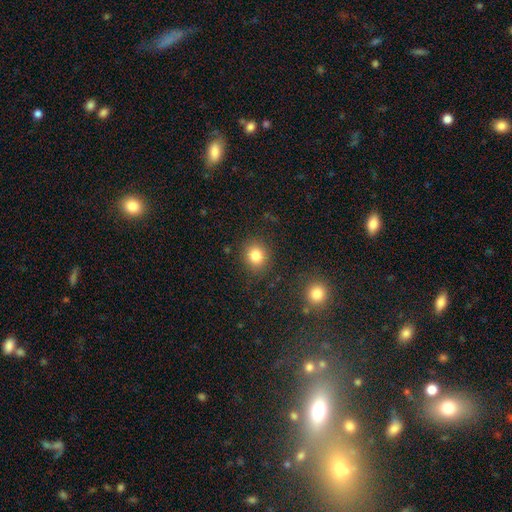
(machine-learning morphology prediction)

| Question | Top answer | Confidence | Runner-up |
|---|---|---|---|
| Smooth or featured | smooth | 82% | star or artifact (12%) |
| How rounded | round | 80% | in between (19%) |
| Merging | none | 86% | minor disturbance (9%) |